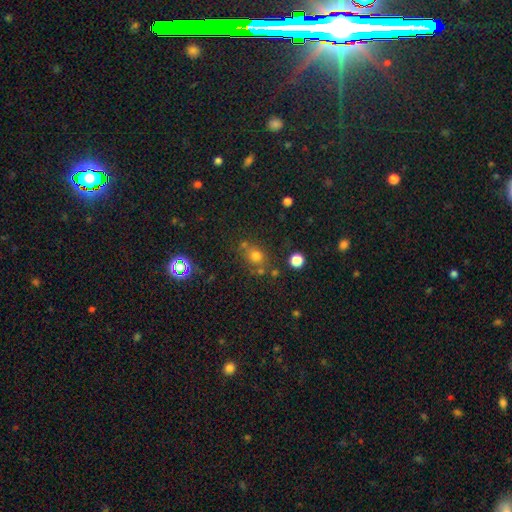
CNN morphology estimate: smooth-or-featured: smooth: 67% | star or artifact: 23% | featured or disk: 10%
  how-rounded: round: 72% | in between: 27% | cigar-shaped: 1%
  merging: none: 64% | merger: 16% | minor disturbance: 14% | major disturbance: 6%